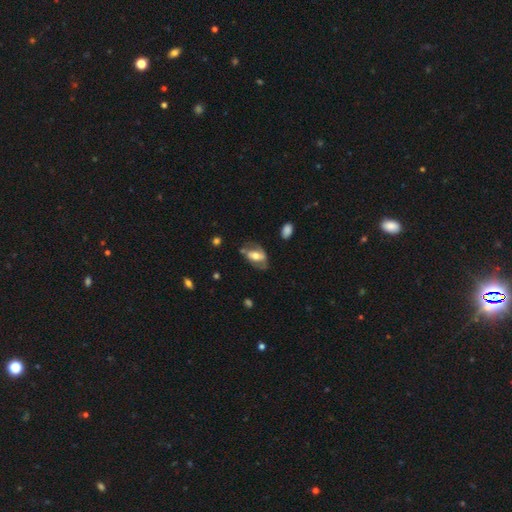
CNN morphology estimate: A featured or disk galaxy (53%).

Vote fractions:
- Smooth or featured? featured or disk: 53% / smooth: 40% / star or artifact: 7%
- Edge-on disk? no: 86% / yes: 14%
- Merging? none: 51% / minor disturbance: 27% / major disturbance: 17% / merger: 5%